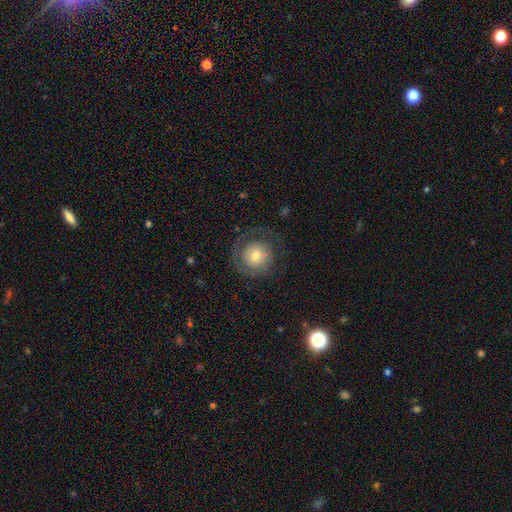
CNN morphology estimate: Smooth or featured? Predicted: featured or disk (p=0.47). Merging? Predicted: none (p=0.70).